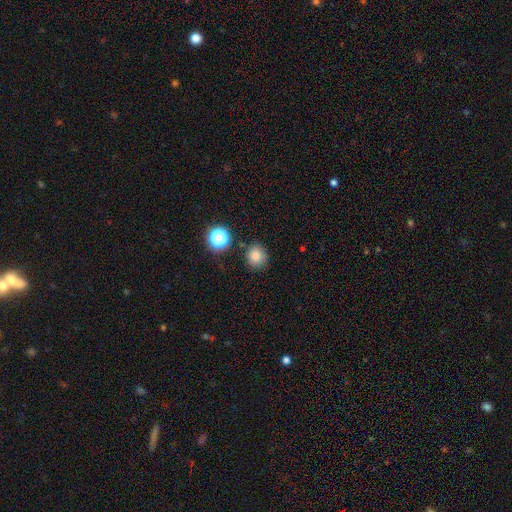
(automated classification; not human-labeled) A smooth galaxy with no disk features (80%) that is round (84%).

Vote fractions:
- Smooth or featured? smooth: 80% / star or artifact: 14% / featured or disk: 6%
- How rounded? round: 84% / in between: 15% / cigar-shaped: 1%
- Merging? none: 83% / minor disturbance: 10% / merger: 4% / major disturbance: 3%